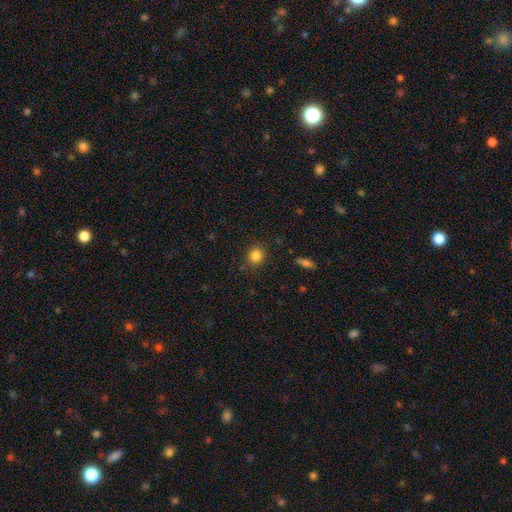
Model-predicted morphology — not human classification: Q: Smooth or featured?
A: smooth (84%); runner-up: star or artifact (11%)
Q: How rounded?
A: round (86%); runner-up: in between (13%)
Q: Merging?
A: none (87%); runner-up: minor disturbance (9%)